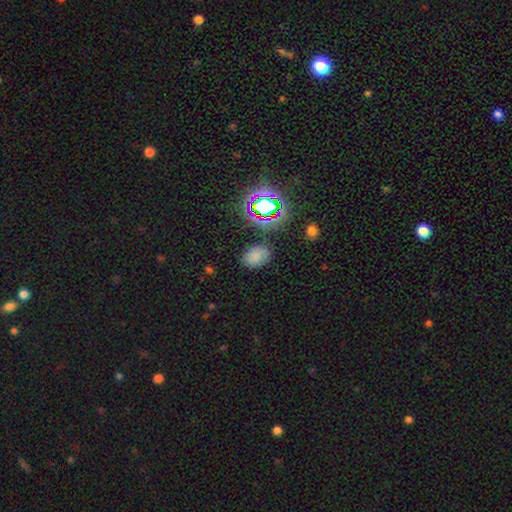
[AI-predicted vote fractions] smooth 70%, star or artifact 22%, featured or disk 8%. Down the decision tree: how rounded — in between (76%); merging — none (77%).